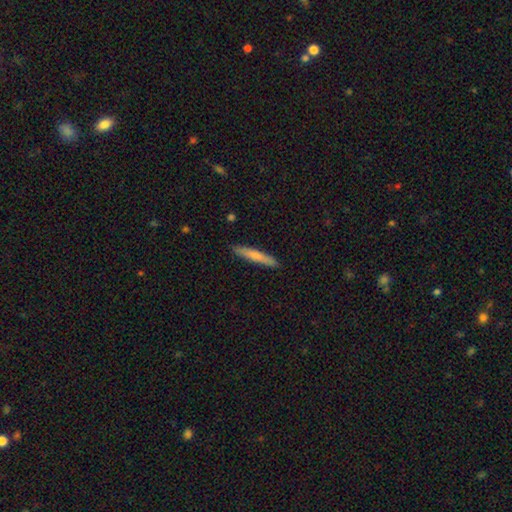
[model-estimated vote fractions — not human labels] The model was most divided on "smooth or featured": smooth: 72%, featured or disk: 22%, star or artifact: 5%. More confident: how rounded — cigar-shaped (94%); merging — none (89%).